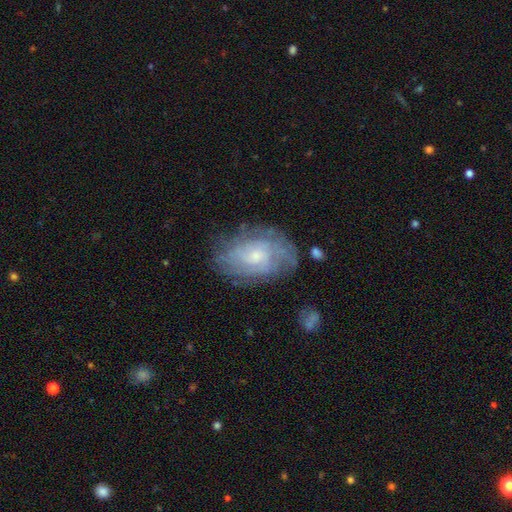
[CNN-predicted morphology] type=featured or disk (73%); edge-on=no (96%); bar=no (70%); spiral arms=yes (87%); winding=tight (62%); arm count=can't tell (54%); bulge=small (63%); merging=none (70%).